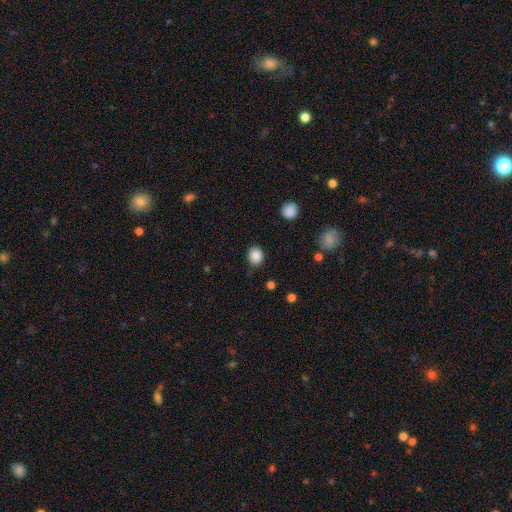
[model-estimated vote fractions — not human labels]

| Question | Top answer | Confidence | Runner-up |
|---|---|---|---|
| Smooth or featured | smooth | 87% | star or artifact (10%) |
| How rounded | round | 68% | in between (31%) |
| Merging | none | 79% | minor disturbance (16%) |